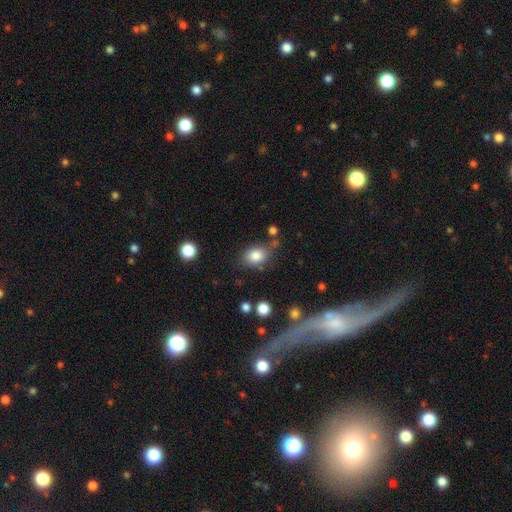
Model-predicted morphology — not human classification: Smooth or featured? smooth (84%)
How rounded? in between (65%)
Merging? none (71%)